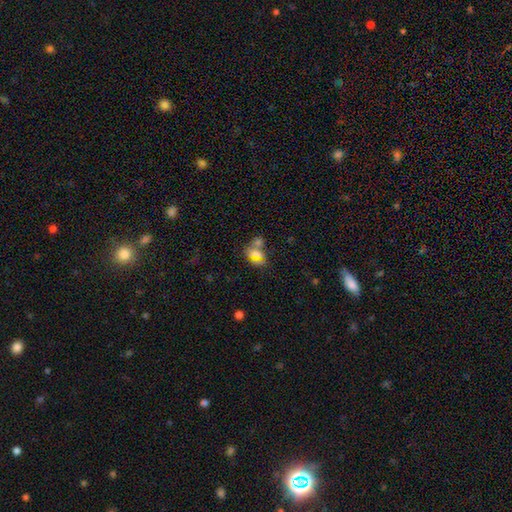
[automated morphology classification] Smooth or featured? Predicted: smooth (p=0.55). How rounded? Predicted: in between (p=0.61). Merging? Predicted: none (p=0.44).